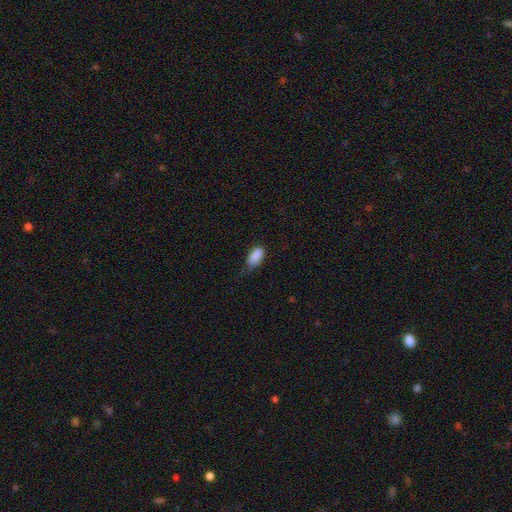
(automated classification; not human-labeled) smooth_or_featured: smooth (p=0.87) [alt: star or artifact p=0.07]
how_rounded: in between (p=0.93) [alt: cigar-shaped p=0.04]
merging: none (p=0.54) [alt: minor disturbance p=0.36]